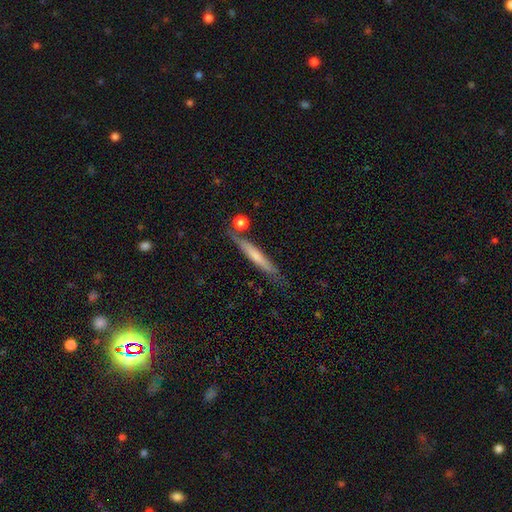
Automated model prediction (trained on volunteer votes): Smooth or featured?
  - smooth: 51% *
  - featured or disk: 43%
  - star or artifact: 7%
How rounded?
  - cigar-shaped: 94% *
  - in between: 5%
  - round: 2%
Merging?
  - none: 74% *
  - minor disturbance: 16%
  - merger: 7%
  - major disturbance: 4%